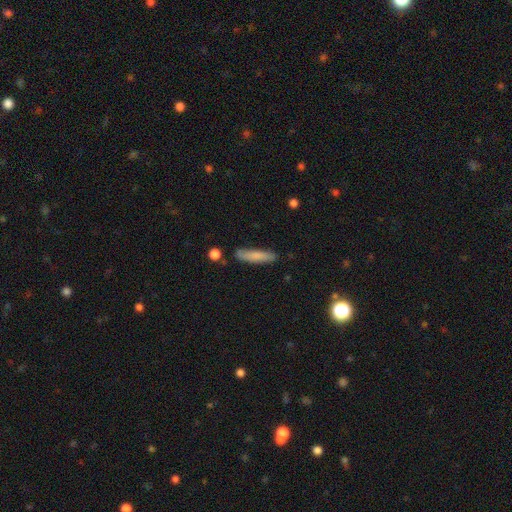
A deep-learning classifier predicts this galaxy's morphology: This appears to be a smooth galaxy with no disk features (78%) that is cigar-shaped (83%). Merging: none (81%).